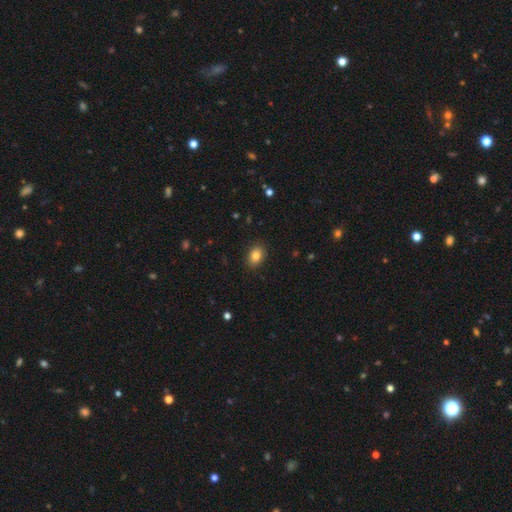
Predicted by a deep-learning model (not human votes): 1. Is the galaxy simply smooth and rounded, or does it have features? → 84% smooth, 9% star or artifact, 7% featured or disk.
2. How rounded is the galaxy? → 73% in between, 26% round, 1% cigar-shaped.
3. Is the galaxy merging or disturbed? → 89% none, 8% minor disturbance, 2% major disturbance, 1% merger.